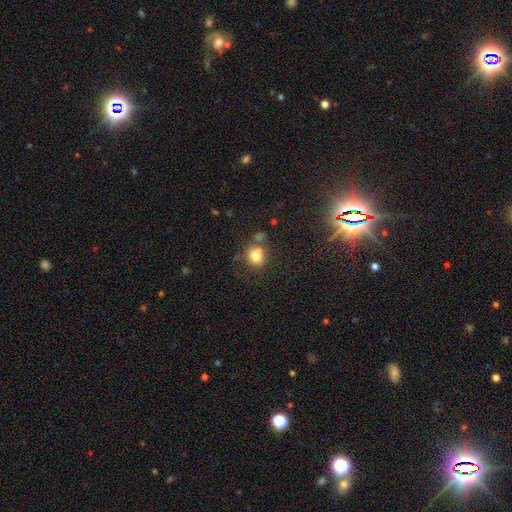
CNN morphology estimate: Smooth or featured?
  - smooth: 78% *
  - star or artifact: 12%
  - featured or disk: 10%
How rounded?
  - round: 69% *
  - in between: 30%
  - cigar-shaped: 1%
Merging?
  - none: 58% *
  - merger: 22%
  - minor disturbance: 15%
  - major disturbance: 6%